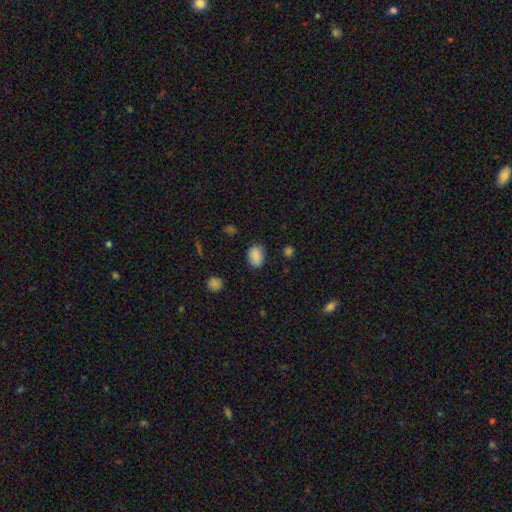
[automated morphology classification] smooth-or-featured: smooth: 86% | star or artifact: 9% | featured or disk: 5%
  how-rounded: in between: 76% | round: 23% | cigar-shaped: 1%
  merging: none: 82% | minor disturbance: 14% | major disturbance: 3% | merger: 1%